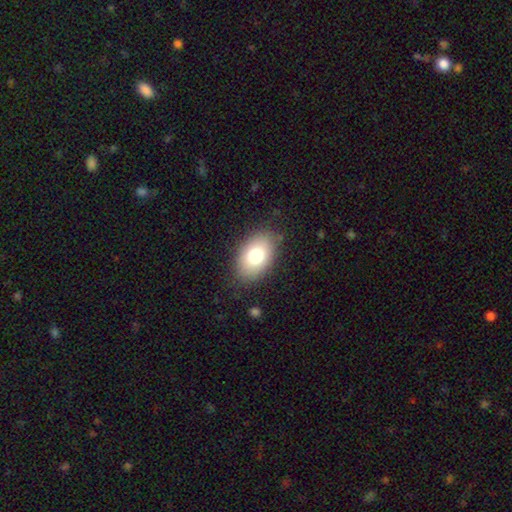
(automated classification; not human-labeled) A smooth galaxy with no disk features (78%) that is in between round and cigar-shaped (89%).

Vote fractions:
- Smooth or featured? smooth: 78% / featured or disk: 14% / star or artifact: 8%
- How rounded? in between: 89% / round: 10% / cigar-shaped: 1%
- Merging? none: 81% / minor disturbance: 13% / major disturbance: 4% / merger: 1%